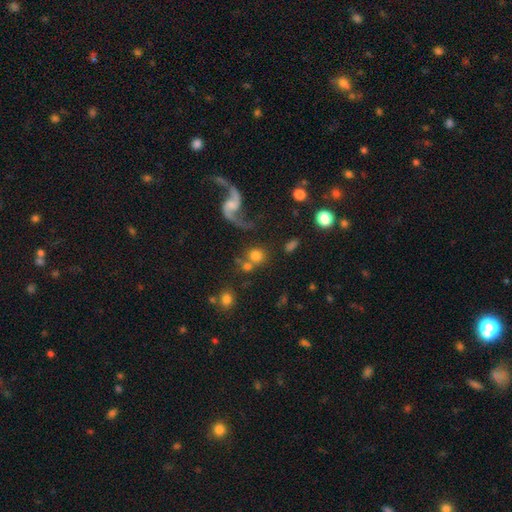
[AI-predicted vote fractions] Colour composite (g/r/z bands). It shows a smooth galaxy with no disk features (64%) that is round (89%). Merging: none (60%).